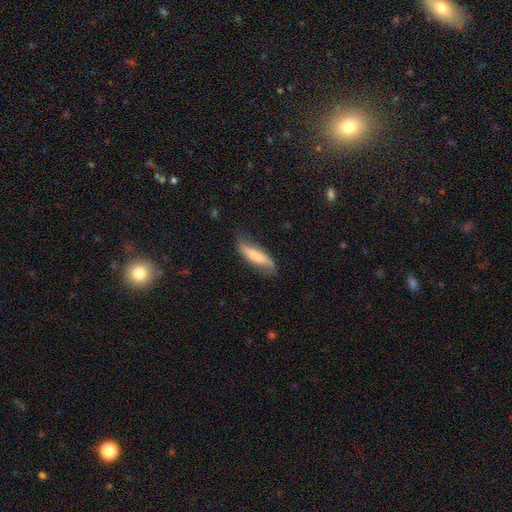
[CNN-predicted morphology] smooth_or_featured: smooth (p=0.58) [alt: featured or disk p=0.35]
how_rounded: cigar-shaped (p=0.64) [alt: in between p=0.34]
merging: none (p=0.60) [alt: minor disturbance p=0.29]